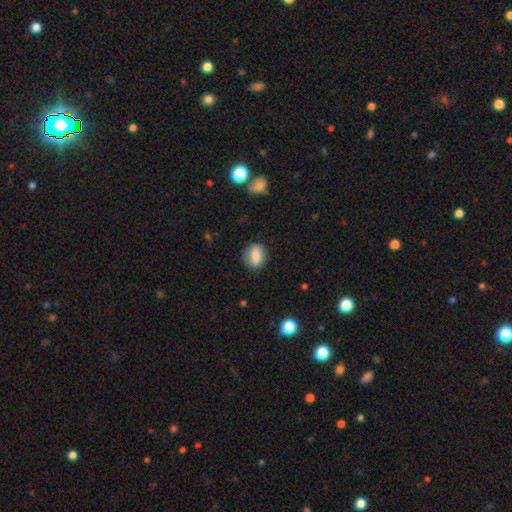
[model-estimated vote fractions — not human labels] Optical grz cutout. It shows a smooth galaxy with no disk features (79%) that is in between round and cigar-shaped (53%). Merging: none (80%).